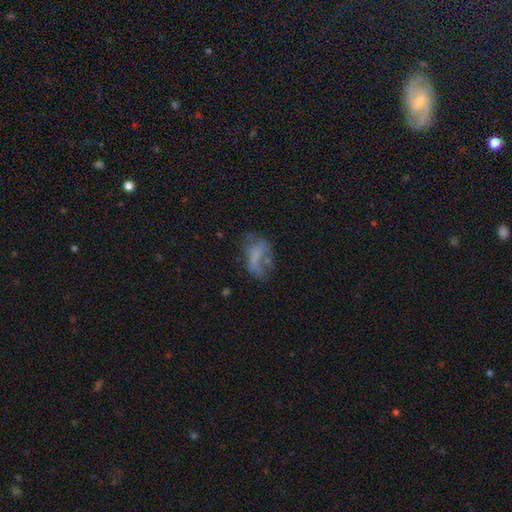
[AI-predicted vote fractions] Overall: featured or disk (45%; smooth 41%). Merging: none (36%; major disturbance 33%).